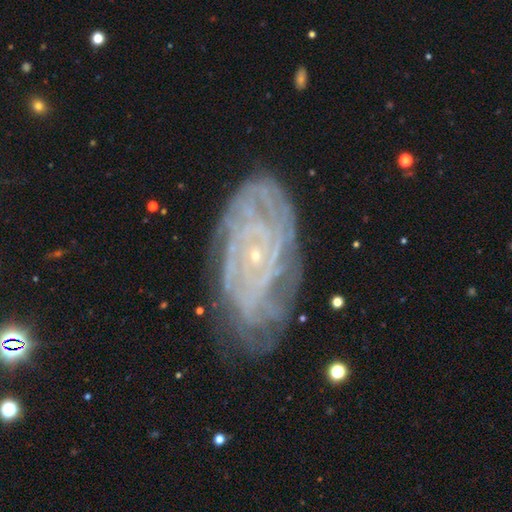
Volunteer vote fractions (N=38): This is clearly a featured or disk galaxy (92%). It is clearly not viewed edge-on (100%). Bar: clearly no (89%). Spiral arm pattern: clearly yes (94%). Spiral arm count: marginally can't tell (39%). Spiral winding: likely tight (79%). Central bulge: clearly small (91%). Merging: likely none (74%).